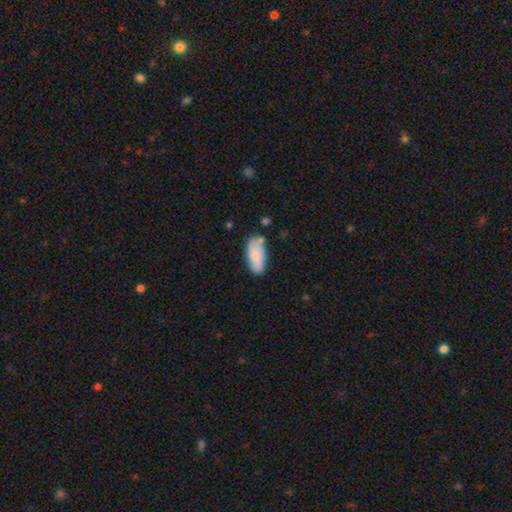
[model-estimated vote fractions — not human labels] Smooth or featured?
  - smooth: 78% *
  - featured or disk: 16%
  - star or artifact: 6%
How rounded?
  - in between: 87% *
  - cigar-shaped: 11%
  - round: 2%
Merging?
  - none: 74% *
  - minor disturbance: 16%
  - merger: 6%
  - major disturbance: 3%